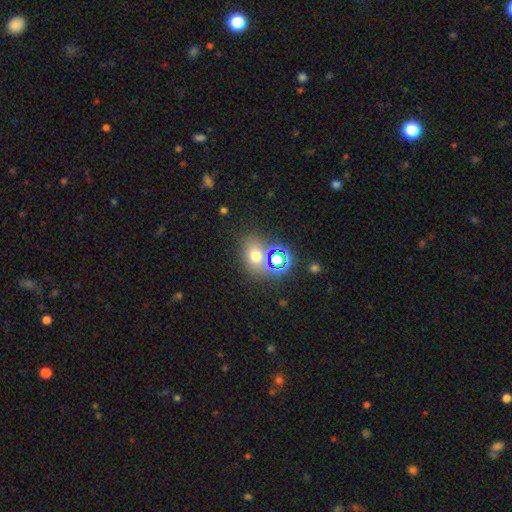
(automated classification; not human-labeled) This appears to be a smooth galaxy with no disk features (59%) that is round (50%). Merging: none (65%).